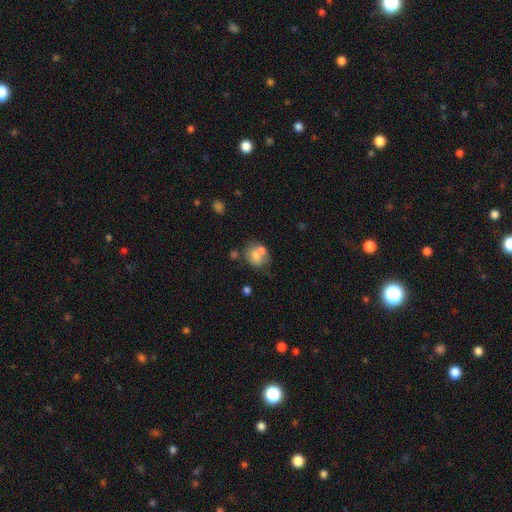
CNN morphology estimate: A smooth galaxy with no disk features (66%) that is round (57%). Merging: none (40%).